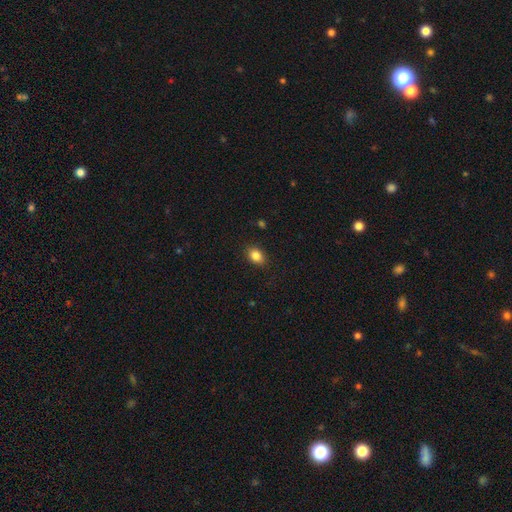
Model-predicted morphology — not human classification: Q: Smooth or featured?
A: smooth (85%); runner-up: star or artifact (9%)
Q: How rounded?
A: in between (74%); runner-up: round (24%)
Q: Merging?
A: none (88%); runner-up: minor disturbance (9%)